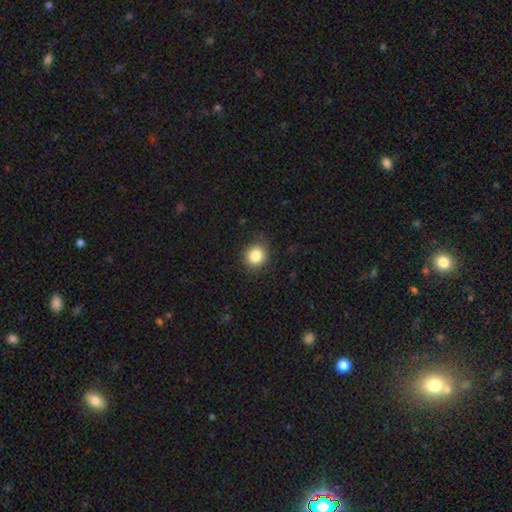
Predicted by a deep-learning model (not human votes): Smooth or featured?
  - smooth: 84% *
  - star or artifact: 10%
  - featured or disk: 6%
How rounded?
  - round: 84% *
  - in between: 15%
  - cigar-shaped: 1%
Merging?
  - none: 85% *
  - minor disturbance: 11%
  - major disturbance: 3%
  - merger: 1%